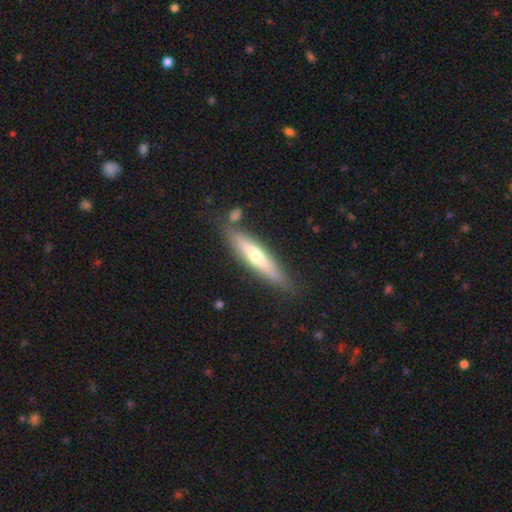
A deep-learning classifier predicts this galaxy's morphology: Overall: featured or disk (50%; smooth 45%). Merging: none (77%).